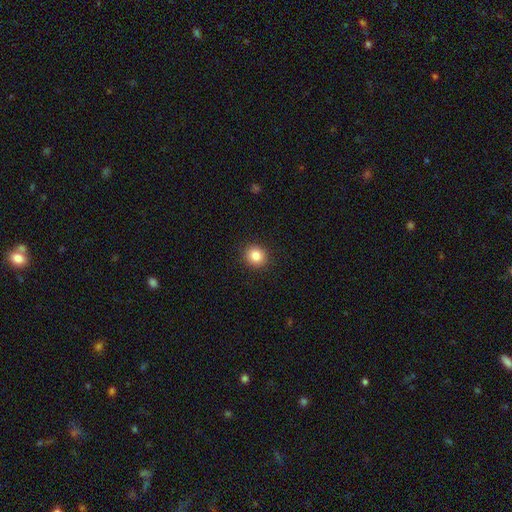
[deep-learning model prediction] This is clearly a smooth galaxy (84%). How rounded: clearly round (87%). Merging: clearly none (92%).